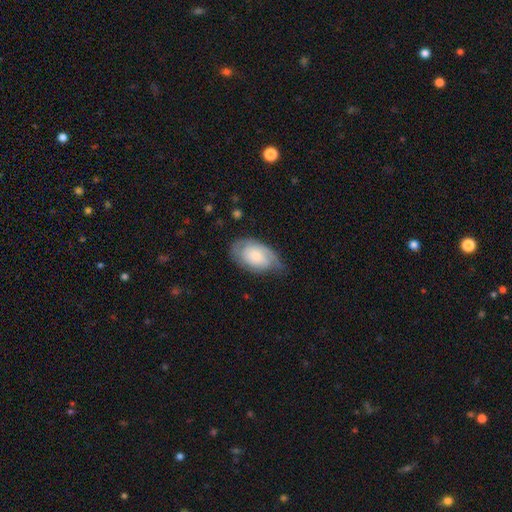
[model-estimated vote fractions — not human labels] Overall: smooth (49%; featured or disk 44%). Merging: none (58%; minor disturbance 30%).